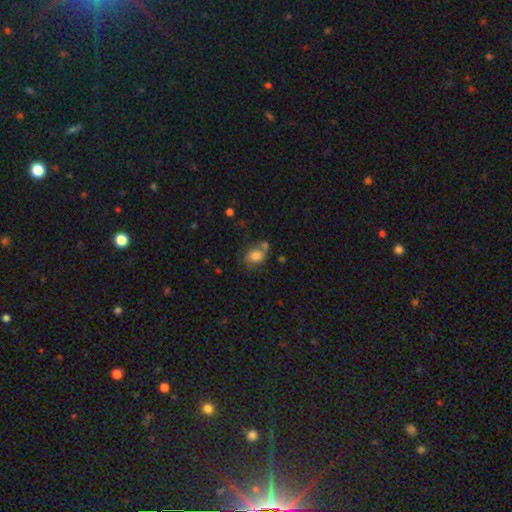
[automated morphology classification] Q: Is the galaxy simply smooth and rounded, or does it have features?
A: smooth — 70%.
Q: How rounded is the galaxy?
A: in between — 56%.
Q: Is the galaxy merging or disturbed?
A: none — 49%.